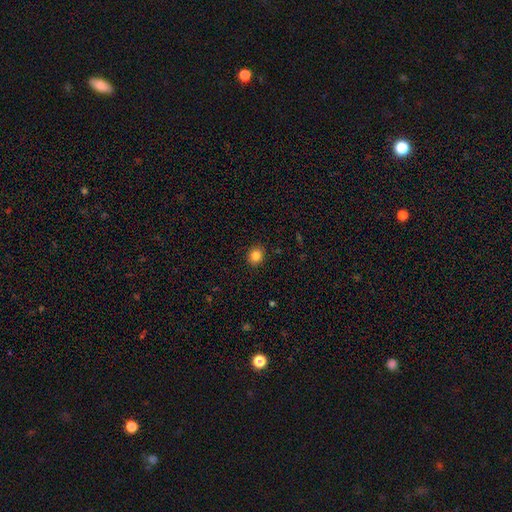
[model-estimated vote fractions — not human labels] A smooth galaxy with no disk features (84%) that is round (80%). Merging: none (91%).